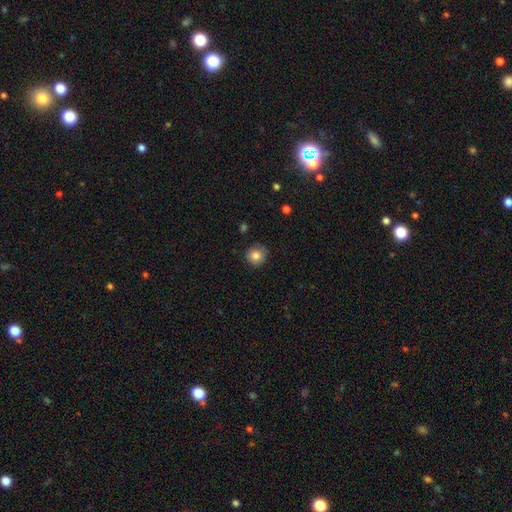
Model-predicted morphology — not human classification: Smooth or featured? Predicted: smooth (p=0.83). How rounded? Predicted: round (p=0.91). Merging? Predicted: none (p=0.85).